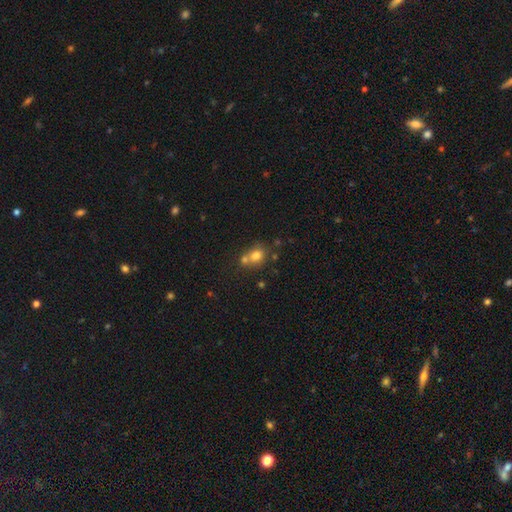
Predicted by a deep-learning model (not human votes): smooth-or-featured: smooth: 75% | star or artifact: 13% | featured or disk: 12%
  how-rounded: round: 67% | in between: 32% | cigar-shaped: 1%
  merging: none: 44% | merger: 42% | minor disturbance: 10% | major disturbance: 4%